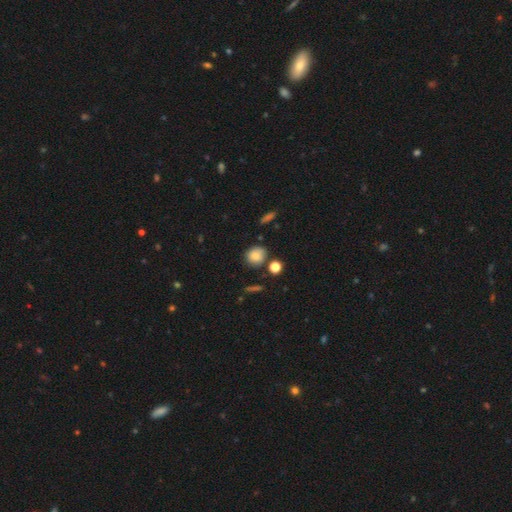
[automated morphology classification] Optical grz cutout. It shows a smooth galaxy with no disk features (81%) that is round (76%). Merging: none (74%).